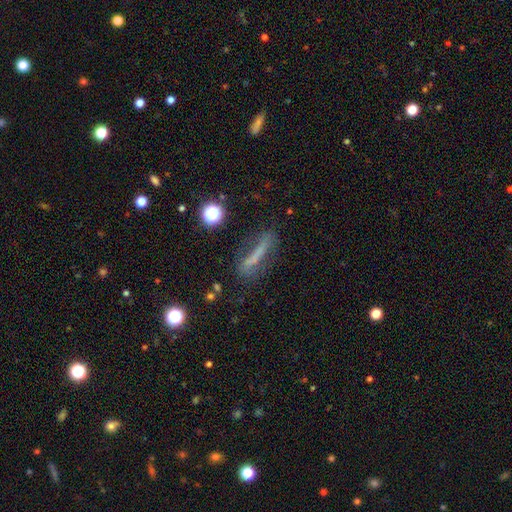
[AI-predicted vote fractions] Overall: smooth (50%; featured or disk 36%). Merging: none (67%).